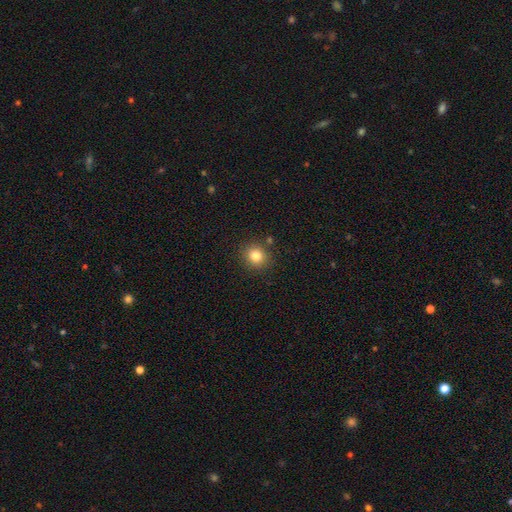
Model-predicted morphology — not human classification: This is clearly a smooth galaxy (82%). How rounded: clearly round (87%). Merging: clearly none (87%).